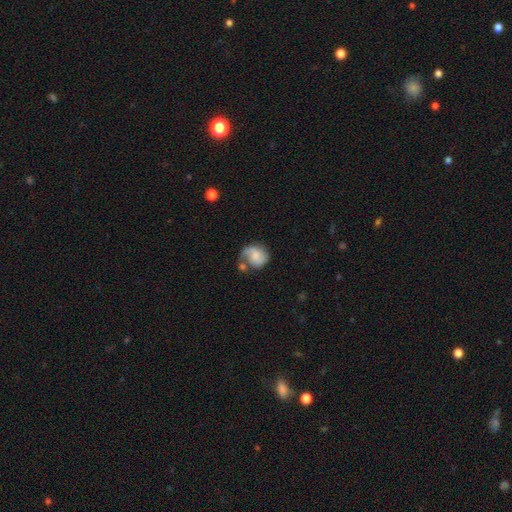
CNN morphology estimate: smooth-or-featured: smooth: 47% | featured or disk: 45% | star or artifact: 8%
  merging: none: 41% | minor disturbance: 25% | major disturbance: 17% | merger: 16%